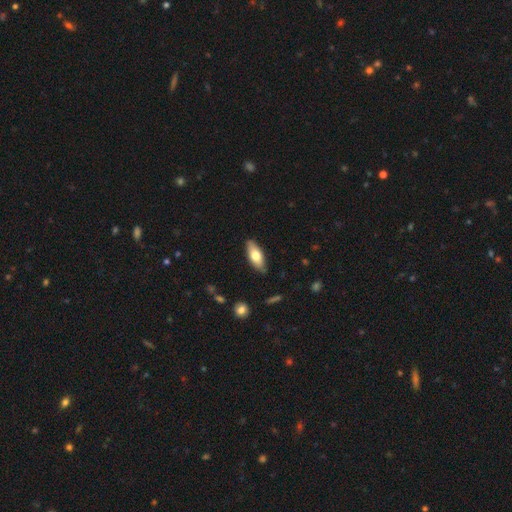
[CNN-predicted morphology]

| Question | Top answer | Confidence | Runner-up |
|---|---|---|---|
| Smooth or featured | smooth | 68% | featured or disk (26%) |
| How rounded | in between | 77% | cigar-shaped (21%) |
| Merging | none | 86% | minor disturbance (11%) |